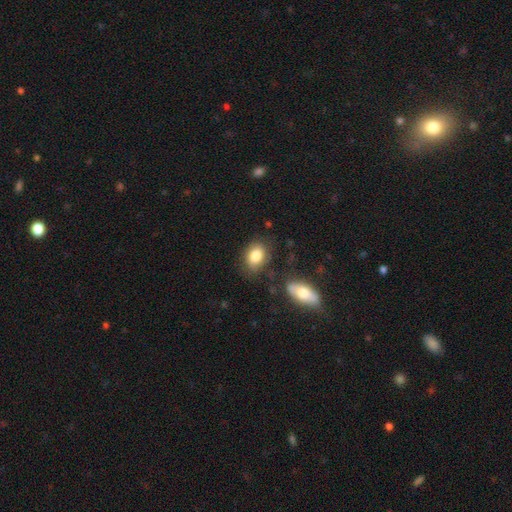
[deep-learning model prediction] This appears to be a smooth galaxy with no disk features (83%) that is in between round and cigar-shaped (74%). Merging: none (77%).